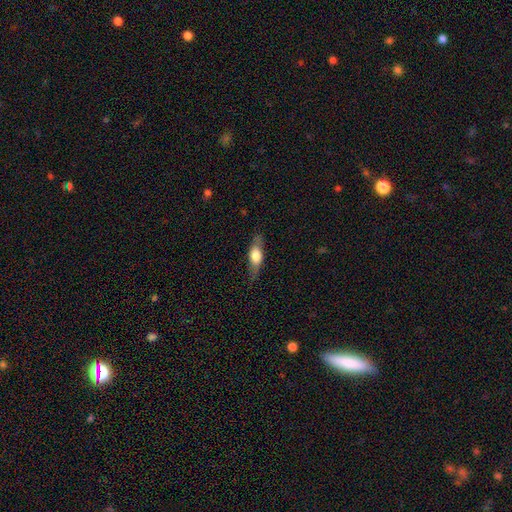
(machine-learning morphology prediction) type=smooth (54%); roundness=in between (57%); merging=none (75%).